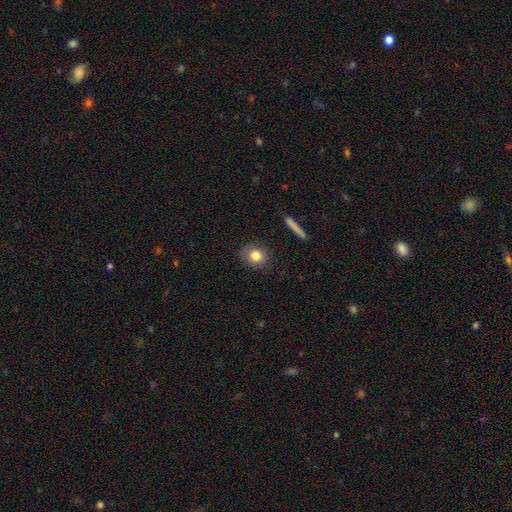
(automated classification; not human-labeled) Smooth or featured: smooth — 80% (featured or disk — 11%)
How rounded: round — 76% (in between — 23%)
Merging: none — 83% (minor disturbance — 12%)